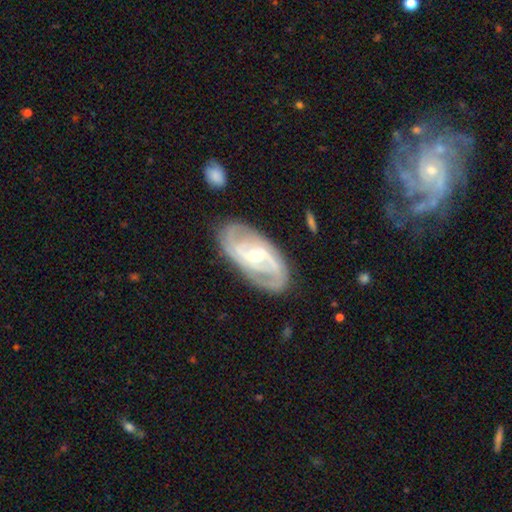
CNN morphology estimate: Smooth or featured? featured or disk (87%)
Edge-on disk? no (94%)
Bar? weak (46%)
Spiral arms? yes (95%)
Spiral winding? tight (46%)
Spiral arm count? 2 (56%)
Bulge size? moderate (53%)
Merging? none (81%)